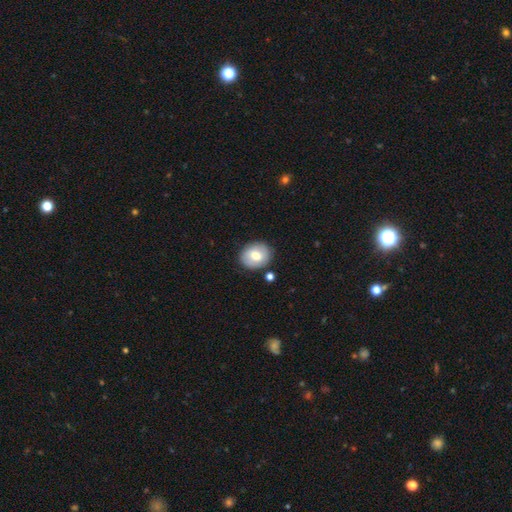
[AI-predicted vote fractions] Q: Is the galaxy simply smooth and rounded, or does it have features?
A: smooth — 71%.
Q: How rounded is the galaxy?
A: round — 63%.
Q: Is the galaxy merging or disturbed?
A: none — 84%.